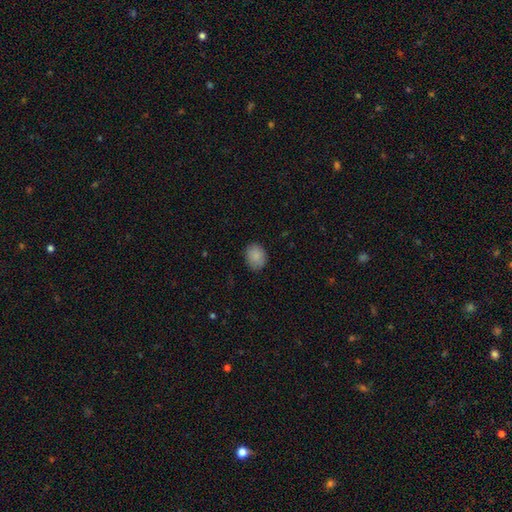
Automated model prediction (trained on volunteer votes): The model was most divided on "how rounded": round: 50%, in between: 49%, cigar-shaped: 1%. More confident: smooth or featured — smooth (88%); merging — none (85%).